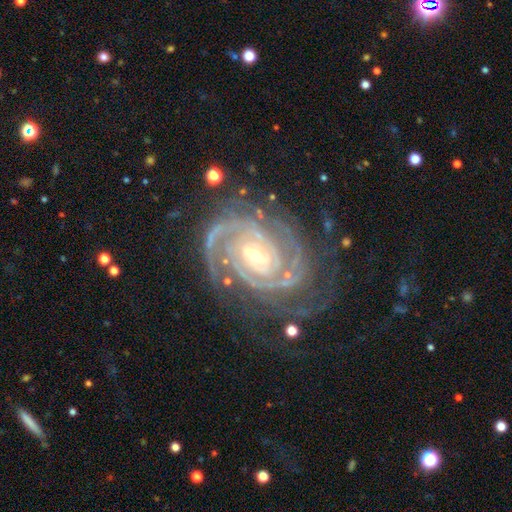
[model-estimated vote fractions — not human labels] Overall: featured or disk (92%). Edge-on disk: no (97%). Bar: weak (40%; no 36%). Spiral arms: yes (99%). Spiral arm count: 2 (40%; 3 22%). Spiral winding: tight (80%). Bulge size: small (66%; moderate 30%). Merging: none (69%).